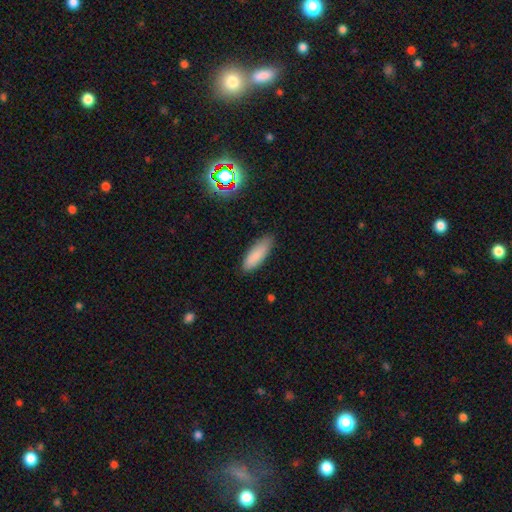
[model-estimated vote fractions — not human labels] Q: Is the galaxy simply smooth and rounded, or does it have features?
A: smooth — 86%.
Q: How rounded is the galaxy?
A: in between — 54%.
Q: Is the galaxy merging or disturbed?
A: none — 84%.